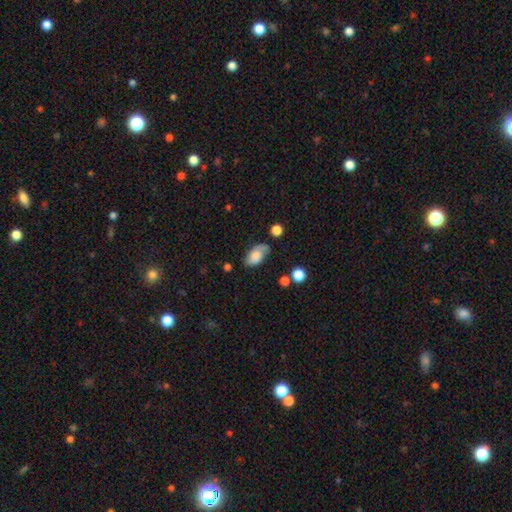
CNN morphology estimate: Q: Smooth or featured?
A: smooth (68%); runner-up: featured or disk (24%)
Q: How rounded?
A: in between (92%); runner-up: round (5%)
Q: Merging?
A: none (58%); runner-up: minor disturbance (29%)